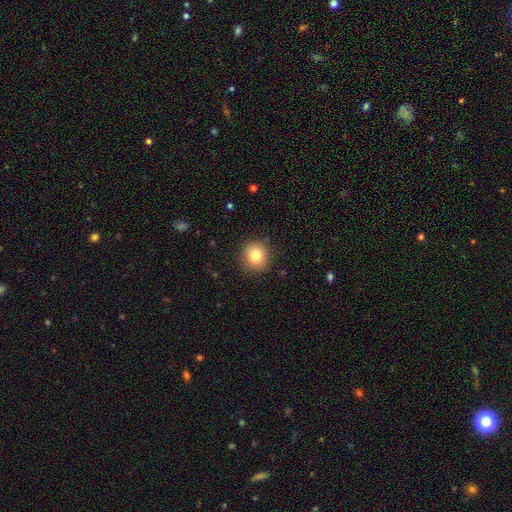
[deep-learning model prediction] The model was most divided on "smooth or featured": smooth: 80%, star or artifact: 11%, featured or disk: 9%. More confident: merging — none (89%); how rounded — round (89%).